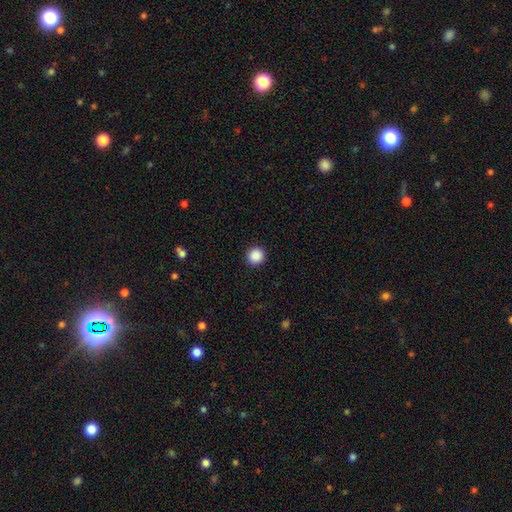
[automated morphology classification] This is clearly a smooth galaxy (89%). How rounded: clearly round (96%). Merging: clearly none (93%).